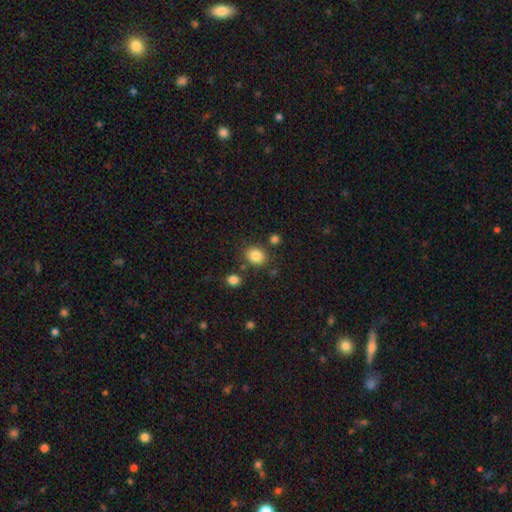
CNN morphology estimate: Smooth or featured? Predicted: smooth (p=0.84). How rounded? Predicted: round (p=0.59). Merging? Predicted: none (p=0.79).